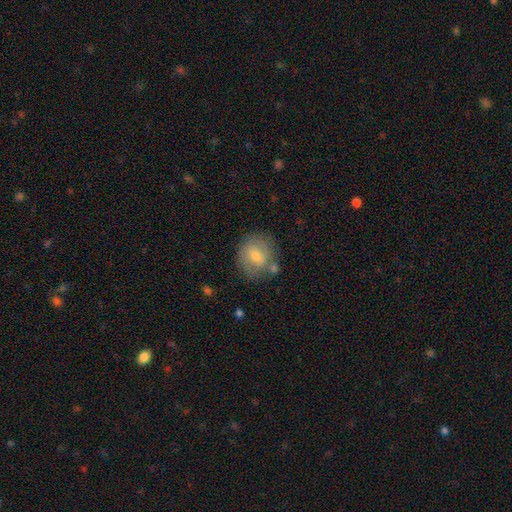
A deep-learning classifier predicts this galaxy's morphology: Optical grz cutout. It shows a smooth galaxy with no disk features (61%) that is round (75%). Merging: none (69%).